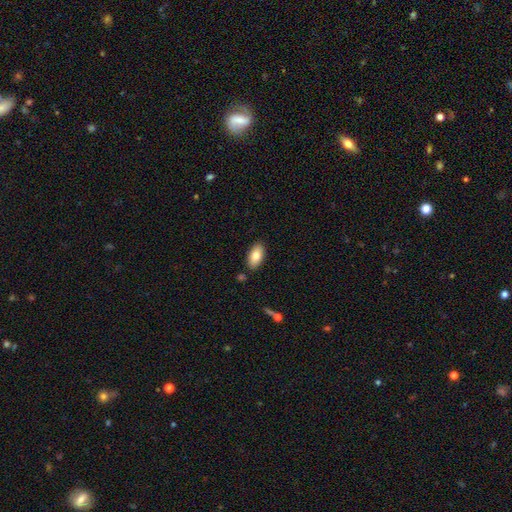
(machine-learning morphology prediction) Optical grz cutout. It shows a smooth galaxy with no disk features (79%) that is in between round and cigar-shaped (93%). Merging: none (86%).